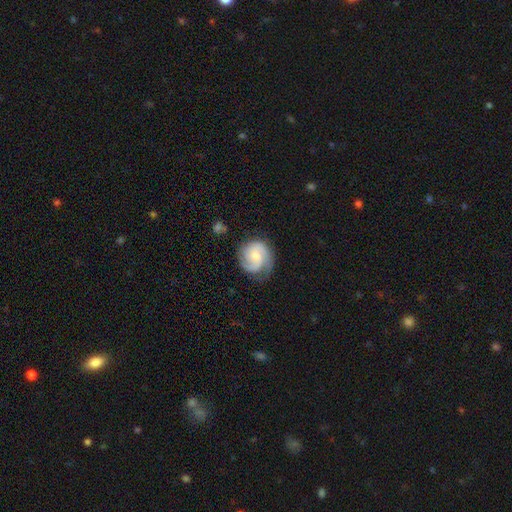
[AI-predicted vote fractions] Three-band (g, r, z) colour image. It shows a featured or disk galaxy (79%) with no bar (65%), 2 (52%) tight (48%) spiral arms (97%) and a small central bulge (56%). Merging: none (70%).